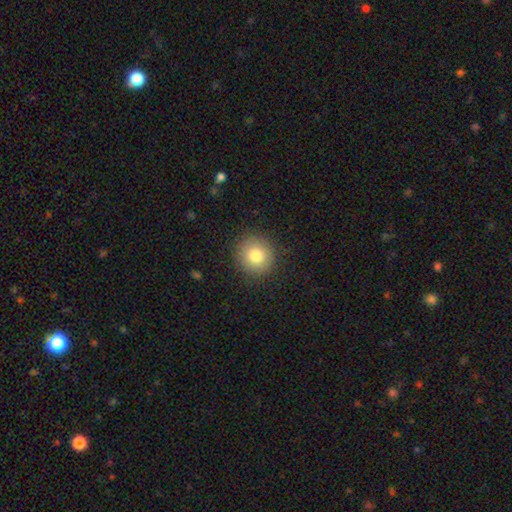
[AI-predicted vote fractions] This appears to be a smooth galaxy with no disk features (80%) that is round (92%). Merging: none (89%).